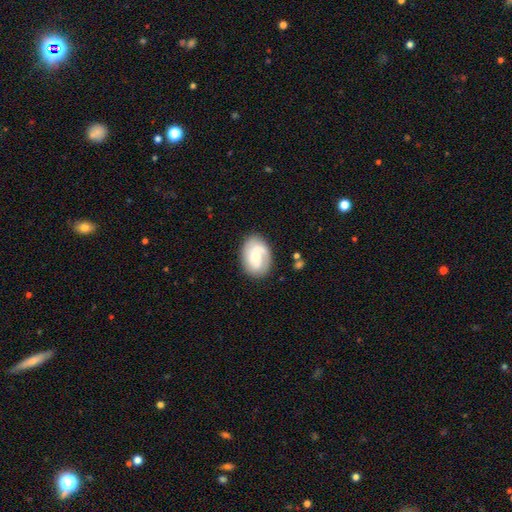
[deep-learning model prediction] Smooth or featured? featured or disk (53%)
Edge-on disk? no (96%)
Bar? no (61%)
Spiral arms? yes (86%)
Bulge size? small (51%)
Merging? none (75%)